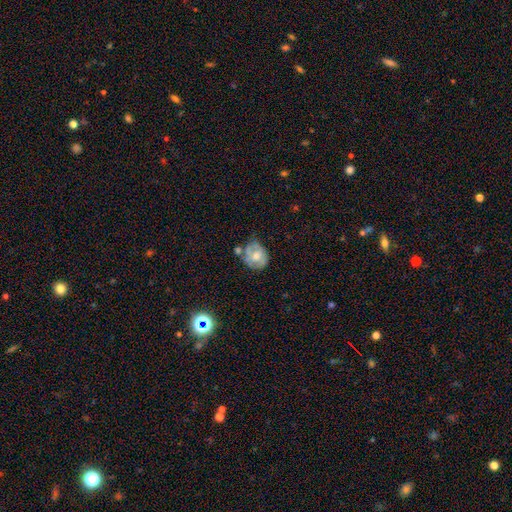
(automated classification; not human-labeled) This is possibly a featured or disk galaxy (48%). Merging: possibly none (47%).